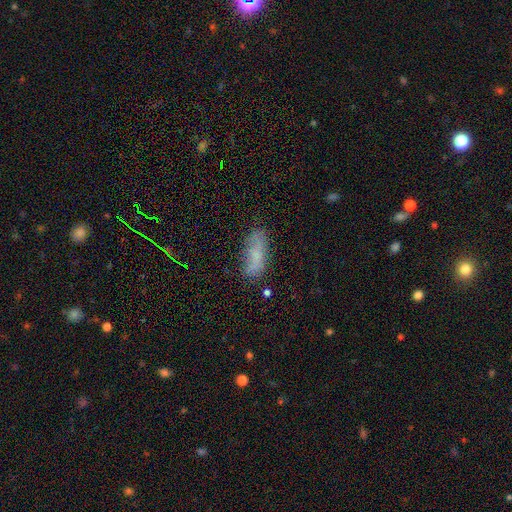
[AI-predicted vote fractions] Smooth or featured? smooth (67%)
How rounded? in between (70%)
Merging? none (62%)